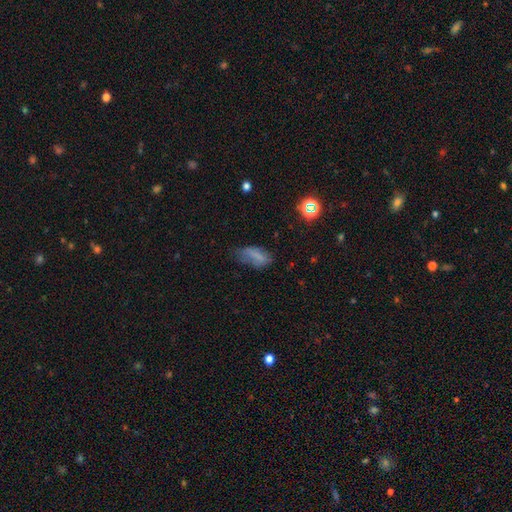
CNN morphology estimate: The model was most divided on "merging": none: 45%, minor disturbance: 34%, major disturbance: 18%, merger: 3%. More confident: how rounded — in between (86%); smooth or featured — smooth (69%).